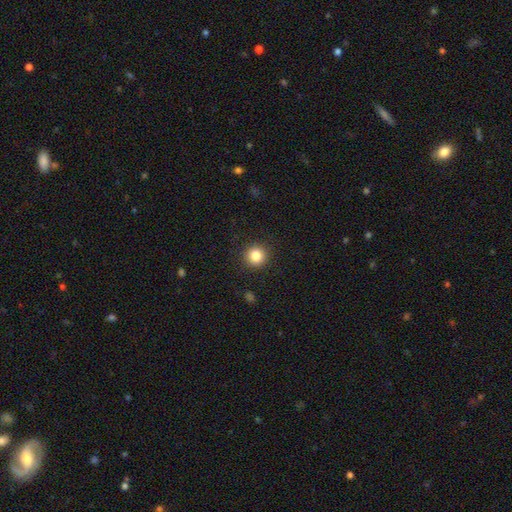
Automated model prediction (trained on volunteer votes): Smooth or featured: smooth — 84% (star or artifact — 11%)
How rounded: round — 94% (in between — 5%)
Merging: none — 91% (minor disturbance — 6%)